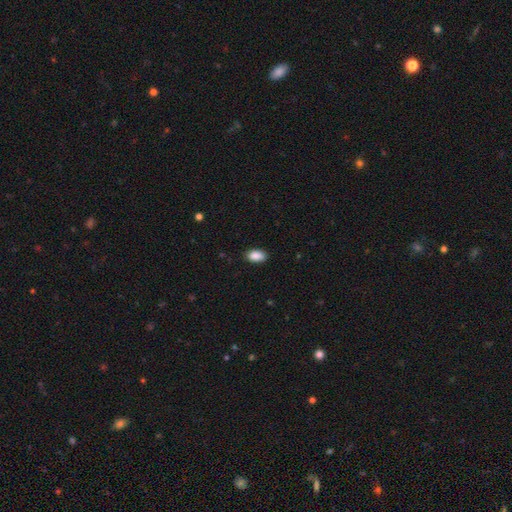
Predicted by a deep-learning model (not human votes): This is clearly a smooth galaxy (89%). How rounded: clearly in between (93%). Merging: clearly none (86%).